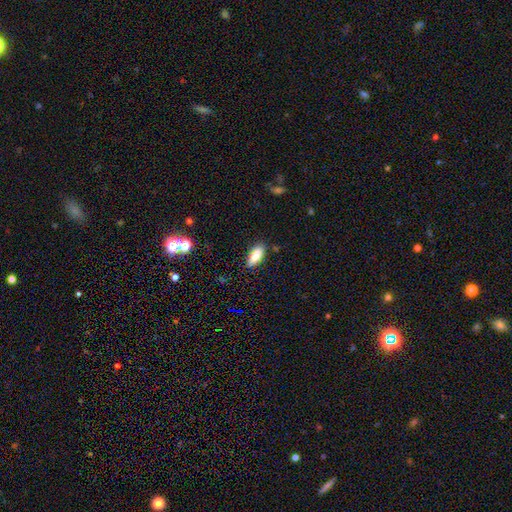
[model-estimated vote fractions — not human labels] The model was most divided on "how rounded": in between: 79%, cigar-shaped: 19%, round: 2%. More confident: merging — none (84%); smooth or featured — smooth (80%).